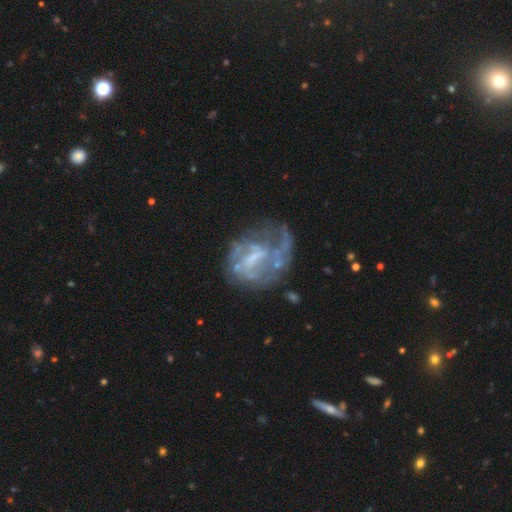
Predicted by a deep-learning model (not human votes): featured or disk 73%, smooth 15%, star or artifact 12%. Down the decision tree: edge-on disk — no (97%); bar — weak (48%); spiral arms — yes (68%); bulge size — small (37%); merging — none (46%).